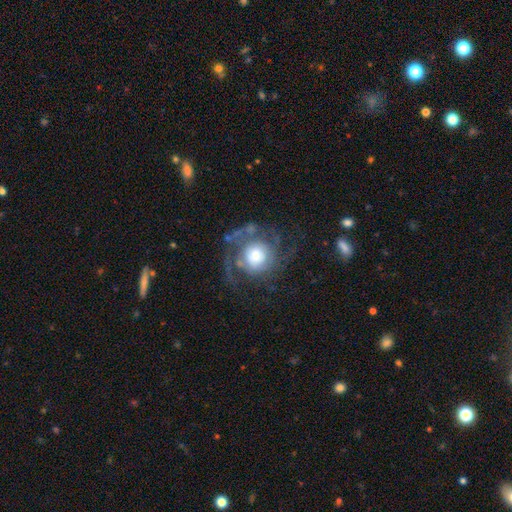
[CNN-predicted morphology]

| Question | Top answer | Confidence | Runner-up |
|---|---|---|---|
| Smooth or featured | featured or disk | 71% | smooth (21%) |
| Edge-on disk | no | 97% | yes (3%) |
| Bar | no | 78% | weak (17%) |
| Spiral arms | yes | 85% | no (15%) |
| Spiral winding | tight | 40% | medium (39%) |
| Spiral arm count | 2 | 32% | can't tell (29%) |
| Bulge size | large | 40% | moderate (32%) |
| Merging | none | 57% | major disturbance (24%) |